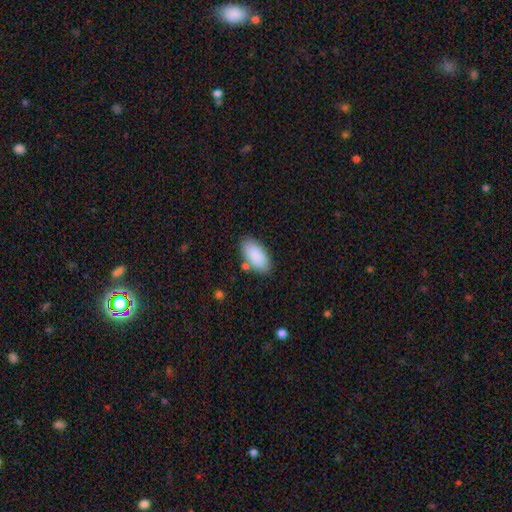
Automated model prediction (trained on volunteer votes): Smooth or featured?
  - smooth: 88% *
  - star or artifact: 6%
  - featured or disk: 6%
How rounded?
  - in between: 94% *
  - cigar-shaped: 4%
  - round: 2%
Merging?
  - none: 79% *
  - minor disturbance: 12%
  - merger: 6%
  - major disturbance: 3%